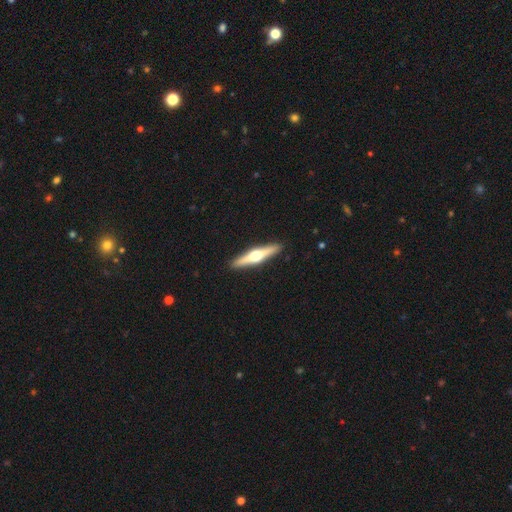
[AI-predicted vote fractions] A featured or disk galaxy (71%) viewed edge-on (97%) with a rounded central bulge (96%). Merging: none (92%).